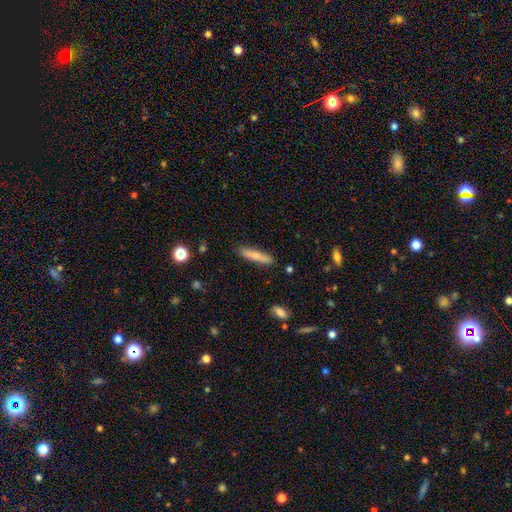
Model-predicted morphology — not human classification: smooth-or-featured: smooth: 71% | featured or disk: 22% | star or artifact: 7%
  how-rounded: cigar-shaped: 87% | in between: 12% | round: 2%
  merging: none: 87% | minor disturbance: 10% | major disturbance: 2% | merger: 2%